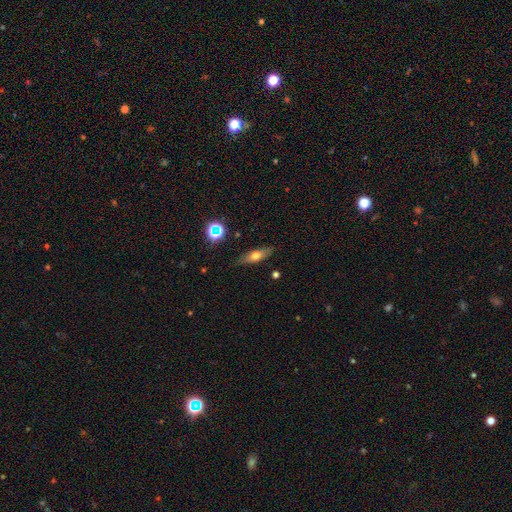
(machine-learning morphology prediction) A smooth galaxy with no disk features (57%) that is cigar-shaped (48%). Merging: none (85%).